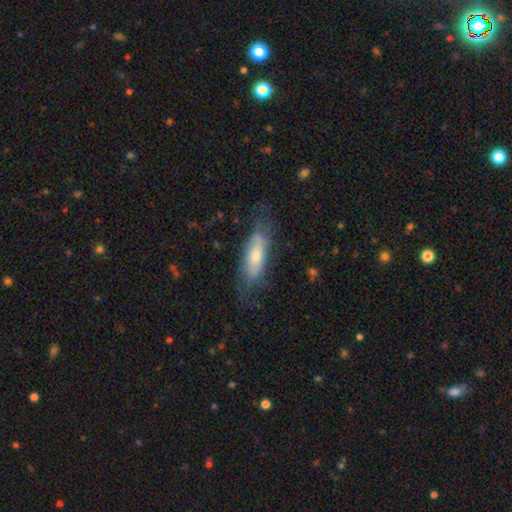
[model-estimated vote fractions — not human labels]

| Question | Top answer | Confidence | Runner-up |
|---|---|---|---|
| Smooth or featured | smooth | 58% | featured or disk (35%) |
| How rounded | in between | 60% | cigar-shaped (37%) |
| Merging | none | 62% | minor disturbance (24%) |